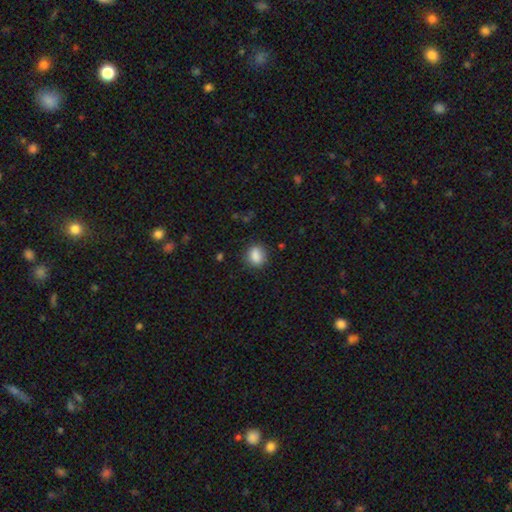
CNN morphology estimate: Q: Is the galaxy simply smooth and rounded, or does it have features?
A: smooth — 87%.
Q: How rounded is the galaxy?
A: round — 56%.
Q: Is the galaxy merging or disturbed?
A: none — 83%.